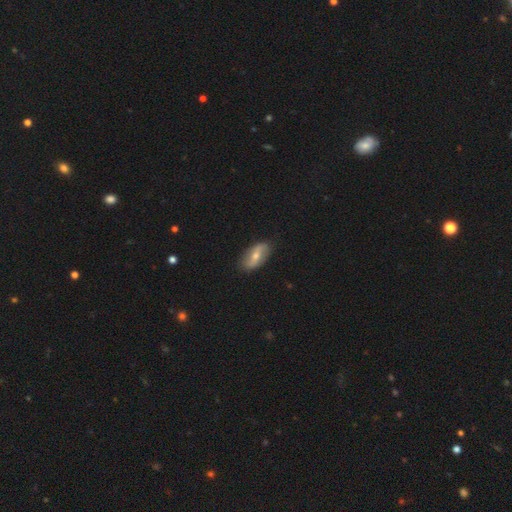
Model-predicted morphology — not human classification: Smooth or featured? featured or disk (52%)
Edge-on disk? no (88%)
Merging? none (83%)